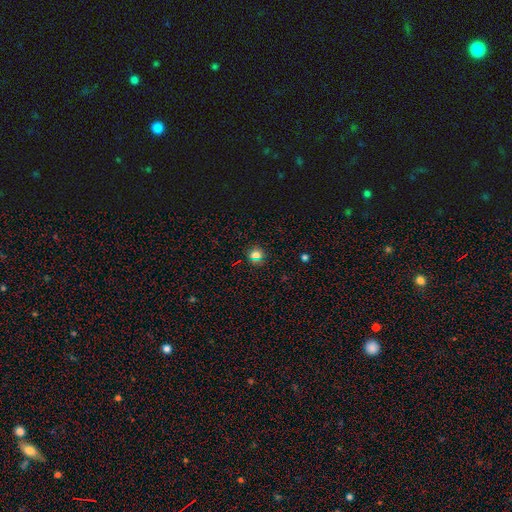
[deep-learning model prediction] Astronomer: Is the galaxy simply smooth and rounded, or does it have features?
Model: smooth — 69%.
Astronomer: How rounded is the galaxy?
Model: round — 89%.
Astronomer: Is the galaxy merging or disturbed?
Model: none — 88%.